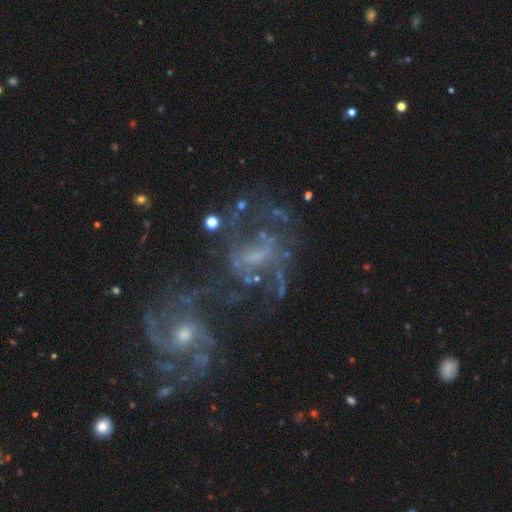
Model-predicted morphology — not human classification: This appears to be a featured or disk galaxy (74%) with no bar (45%), spiral arms (69%) and a small central bulge (36%). Merging: none (31%).